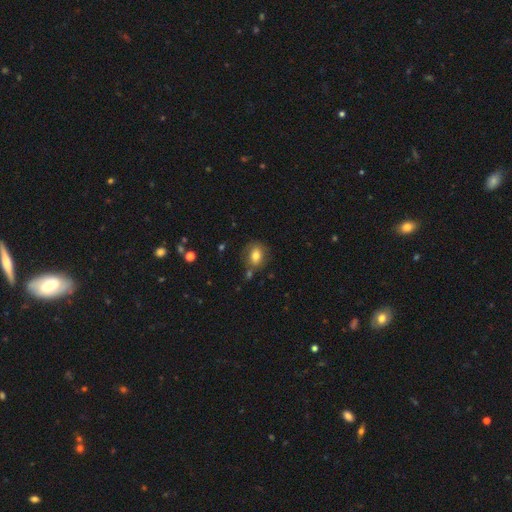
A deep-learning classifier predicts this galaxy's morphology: type=smooth (76%); roundness=in between (56%); merging=none (69%).